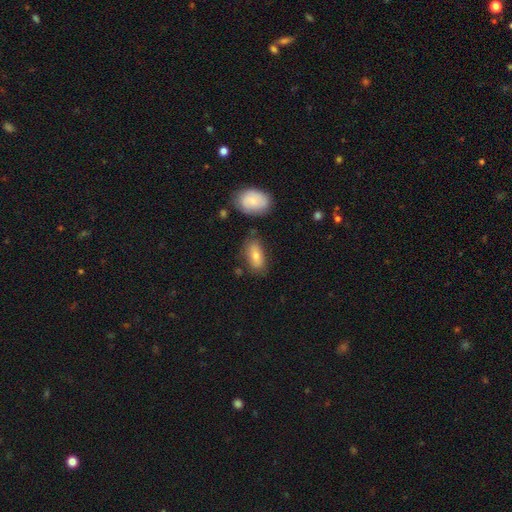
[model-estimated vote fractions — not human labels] The model was most divided on "smooth or featured": smooth: 74%, featured or disk: 19%, star or artifact: 7%. More confident: how rounded — in between (87%); merging — none (72%).